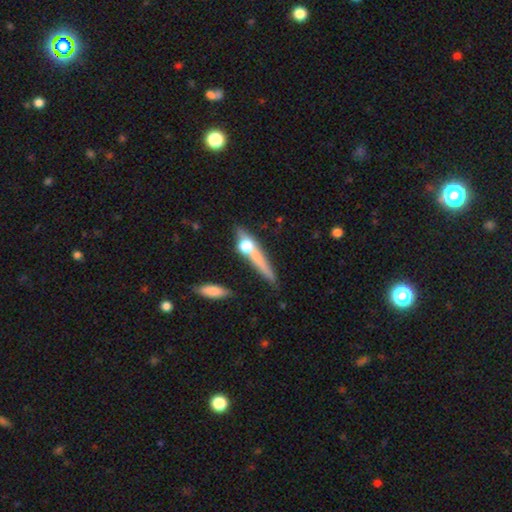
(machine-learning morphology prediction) A smooth galaxy with no disk features (45%, tied with featured or disk). Merging: none (63%).